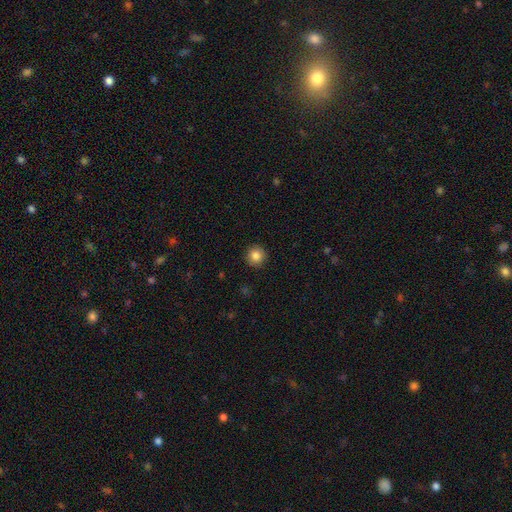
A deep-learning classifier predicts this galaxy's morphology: Smooth or featured? Predicted: smooth (p=0.86). How rounded? Predicted: round (p=0.94). Merging? Predicted: none (p=0.92).